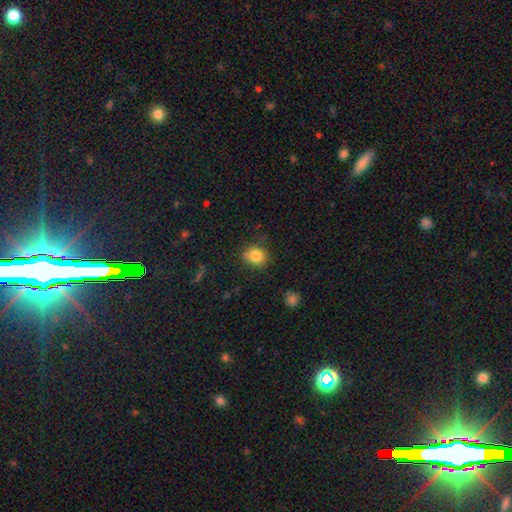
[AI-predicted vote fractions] smooth_or_featured: smooth (p=0.83) [alt: star or artifact p=0.11]
how_rounded: round (p=0.71) [alt: in between p=0.28]
merging: none (p=0.76) [alt: minor disturbance p=0.16]